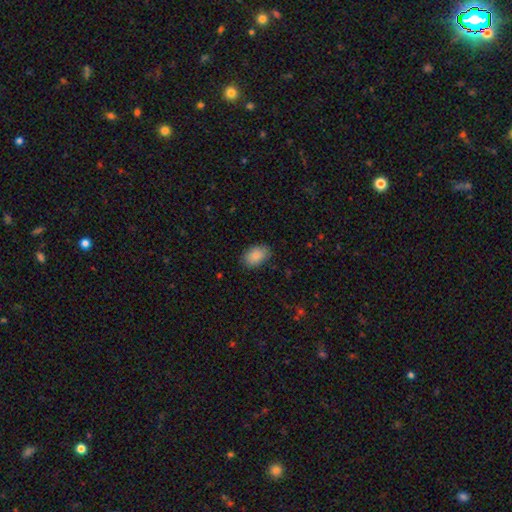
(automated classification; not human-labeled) A smooth galaxy with no disk features (89%) that is in between round and cigar-shaped (86%). Merging: none (84%).